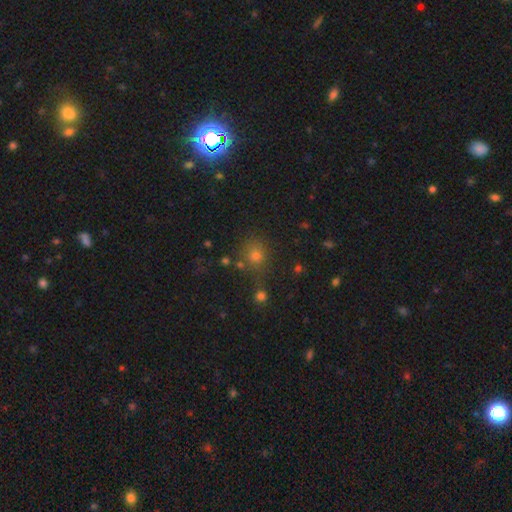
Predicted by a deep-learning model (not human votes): A smooth galaxy with no disk features (65%) that is round (84%). Merging: none (71%).